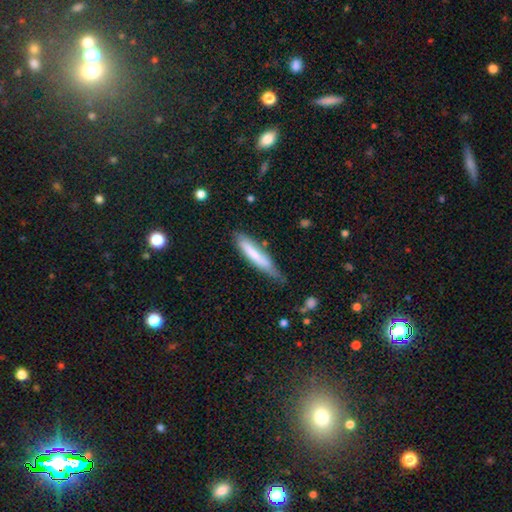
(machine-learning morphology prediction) Smooth or featured: smooth — 70% (featured or disk — 24%)
How rounded: cigar-shaped — 86% (in between — 13%)
Merging: none — 58% (minor disturbance — 31%)